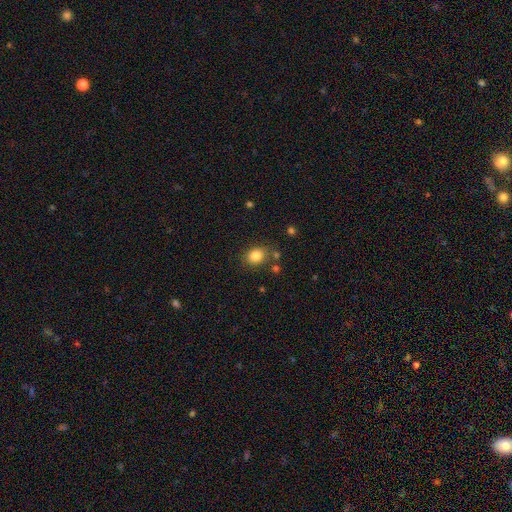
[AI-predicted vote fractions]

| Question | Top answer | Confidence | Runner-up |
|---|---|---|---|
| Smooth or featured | smooth | 84% | star or artifact (10%) |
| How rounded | round | 52% | in between (47%) |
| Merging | none | 76% | minor disturbance (13%) |